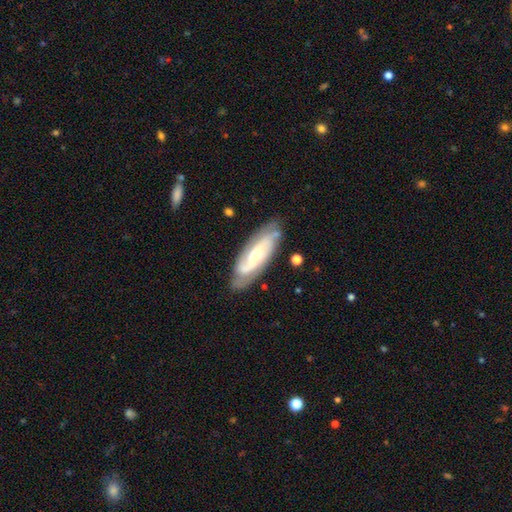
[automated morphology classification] type=featured or disk (77%); edge-on=no (87%); bar=no (54%); spiral arms=yes (93%); winding=tight (45%); arm count=2 (58%); bulge=moderate (46%); merging=none (77%).